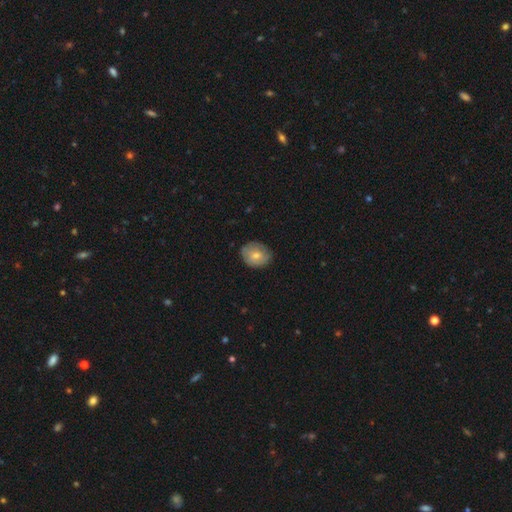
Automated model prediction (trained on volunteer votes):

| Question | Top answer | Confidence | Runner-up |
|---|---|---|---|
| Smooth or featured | smooth | 69% | featured or disk (24%) |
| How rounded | round | 55% | in between (44%) |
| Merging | none | 76% | minor disturbance (20%) |